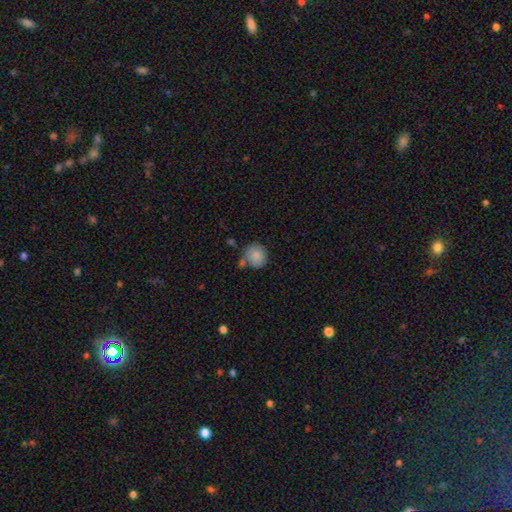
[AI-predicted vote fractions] A smooth galaxy with no disk features (85%) that is round (88%).

Vote fractions:
- Smooth or featured? smooth: 85% / featured or disk: 8% / star or artifact: 7%
- How rounded? round: 88% / in between: 11% / cigar-shaped: 1%
- Merging? none: 62% / minor disturbance: 17% / merger: 16% / major disturbance: 5%